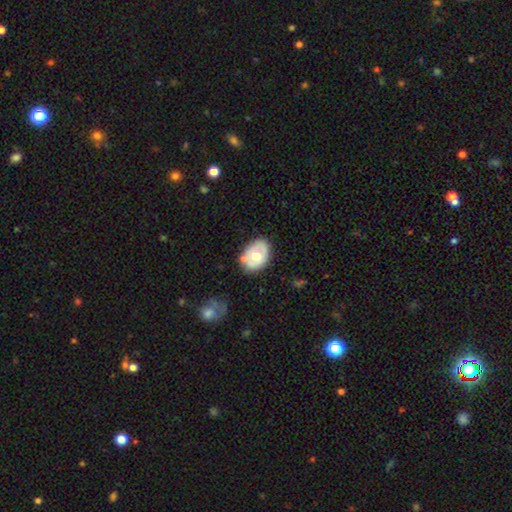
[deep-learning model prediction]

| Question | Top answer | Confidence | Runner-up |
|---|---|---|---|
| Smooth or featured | smooth | 51% | featured or disk (42%) |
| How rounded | in between | 70% | round (29%) |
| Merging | none | 71% | minor disturbance (18%) |